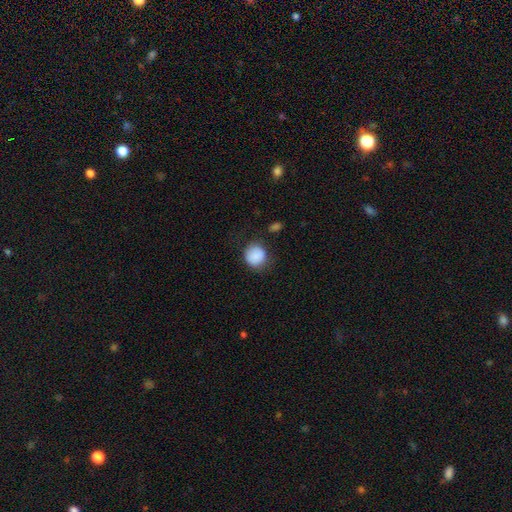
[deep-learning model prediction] Overall: smooth (87%). How rounded: round (87%). Merging: none (74%).